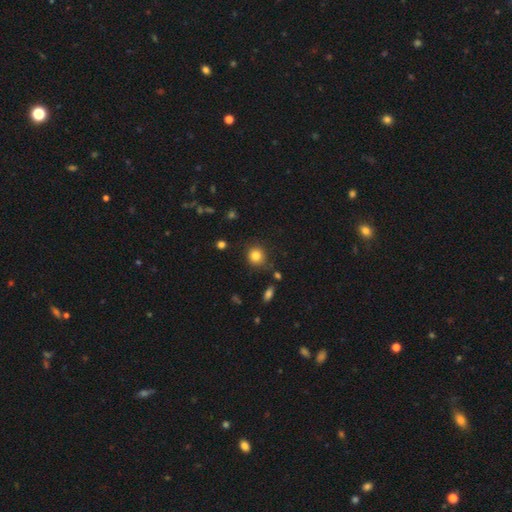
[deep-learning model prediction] This appears to be a smooth galaxy with no disk features (83%) that is round (85%). Merging: none (80%).